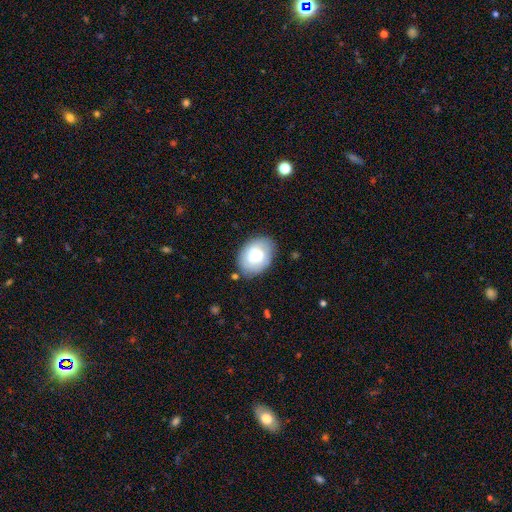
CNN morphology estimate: smooth_or_featured: smooth (p=0.71) [alt: featured or disk p=0.22]
how_rounded: in between (p=0.77) [alt: round p=0.22]
merging: none (p=0.76) [alt: minor disturbance p=0.17]